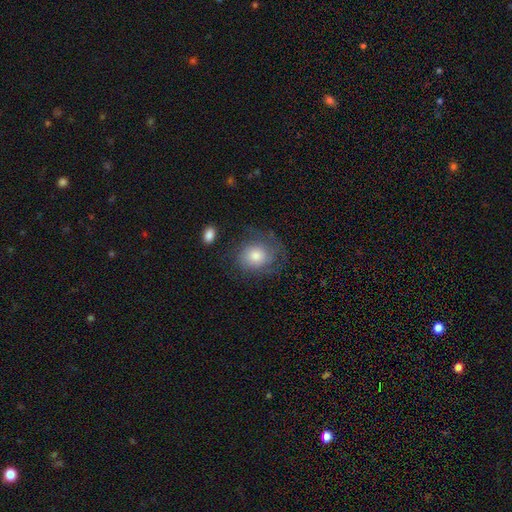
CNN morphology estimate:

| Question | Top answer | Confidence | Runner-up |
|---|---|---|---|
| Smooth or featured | smooth | 57% | featured or disk (35%) |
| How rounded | round | 72% | in between (27%) |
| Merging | none | 63% | minor disturbance (21%) |